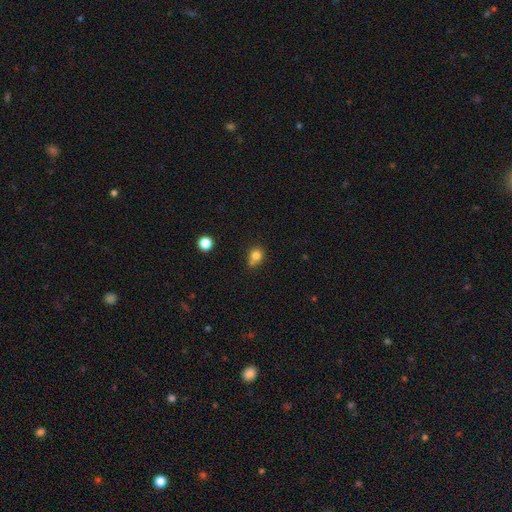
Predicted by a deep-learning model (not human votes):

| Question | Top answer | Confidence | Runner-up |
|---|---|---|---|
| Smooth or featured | smooth | 79% | star or artifact (13%) |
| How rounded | round | 81% | in between (18%) |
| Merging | none | 54% | merger (25%) |